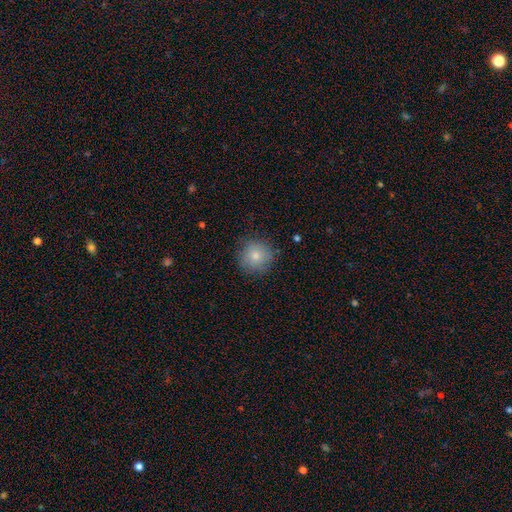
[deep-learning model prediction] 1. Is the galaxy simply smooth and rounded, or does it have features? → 81% smooth, 10% star or artifact, 9% featured or disk.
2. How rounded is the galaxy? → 94% round, 5% in between, 1% cigar-shaped.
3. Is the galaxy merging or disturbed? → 86% none, 10% minor disturbance, 3% major disturbance, 1% merger.